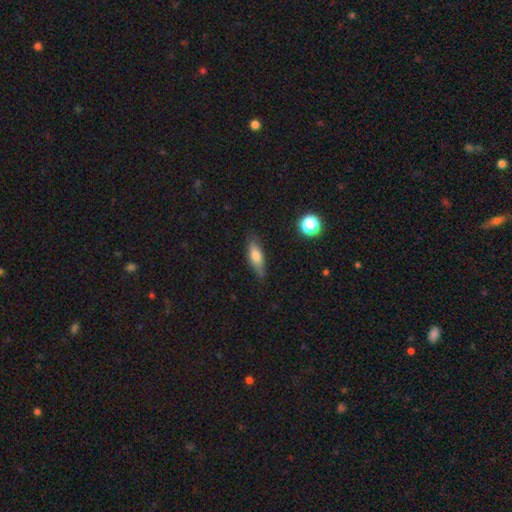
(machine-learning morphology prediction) smooth_or_featured: smooth (p=0.68) [alt: featured or disk p=0.24]
how_rounded: in between (p=0.57) [alt: cigar-shaped p=0.39]
merging: none (p=0.76) [alt: minor disturbance p=0.19]